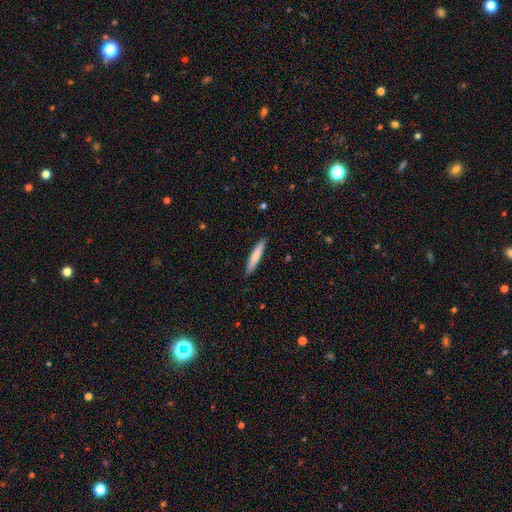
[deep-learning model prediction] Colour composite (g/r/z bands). It shows a smooth galaxy with no disk features (76%) that is cigar-shaped (90%). Merging: none (90%).